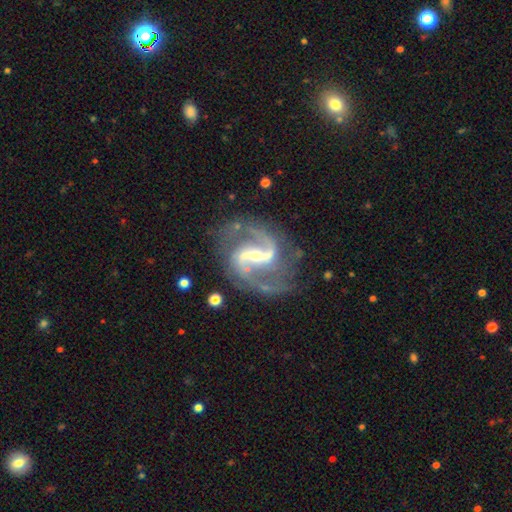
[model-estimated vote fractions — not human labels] A featured or disk galaxy (92%) with a strong bar (56%), 2 (93%) medium (51%) spiral arms (98%) and a small central bulge (62%). Merging: none (73%).